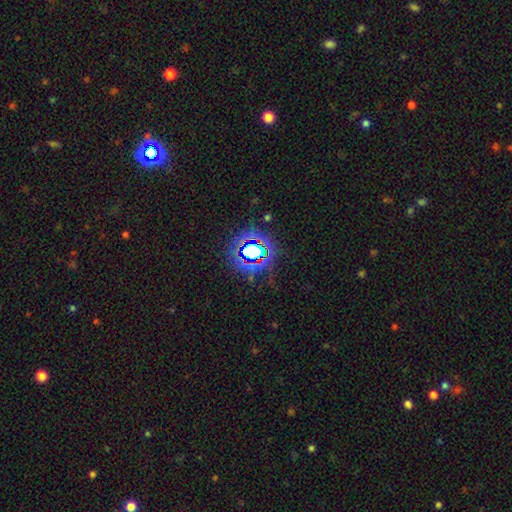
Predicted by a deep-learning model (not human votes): A star or artifact, not a galaxy (80%).

Vote fractions:
- Smooth or featured? star or artifact: 80% / smooth: 12% / featured or disk: 8%